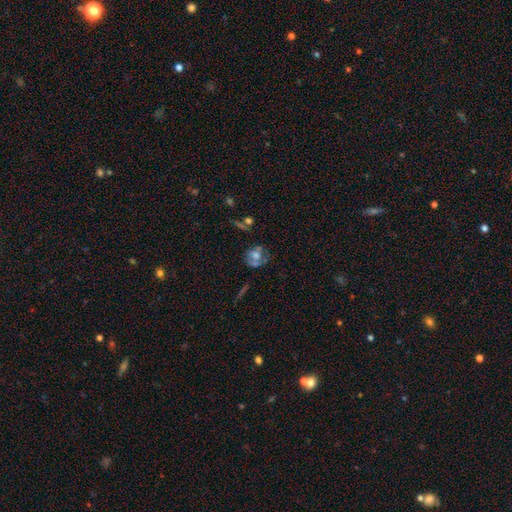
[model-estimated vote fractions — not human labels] Smooth or featured: smooth — 48% (featured or disk — 40%)
Merging: none — 43% (merger — 21%)